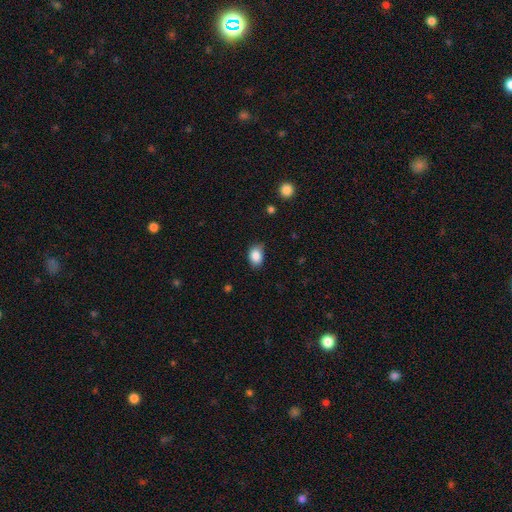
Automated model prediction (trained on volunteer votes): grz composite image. It shows a smooth galaxy with no disk features (87%) that is in between round and cigar-shaped (76%). Merging: none (70%).